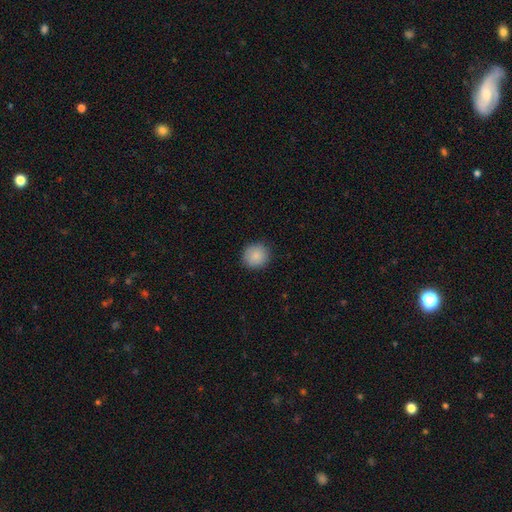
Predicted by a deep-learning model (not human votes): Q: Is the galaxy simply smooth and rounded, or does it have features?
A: smooth — 88%.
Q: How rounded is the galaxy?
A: round — 91%.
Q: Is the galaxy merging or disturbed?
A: none — 89%.